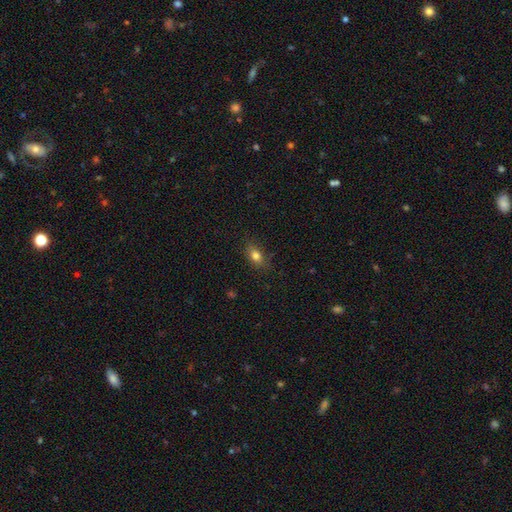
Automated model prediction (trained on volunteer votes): smooth-or-featured: smooth: 80% | star or artifact: 10% | featured or disk: 9%
  how-rounded: in between: 78% | round: 17% | cigar-shaped: 5%
  merging: none: 81% | minor disturbance: 15% | major disturbance: 3% | merger: 1%